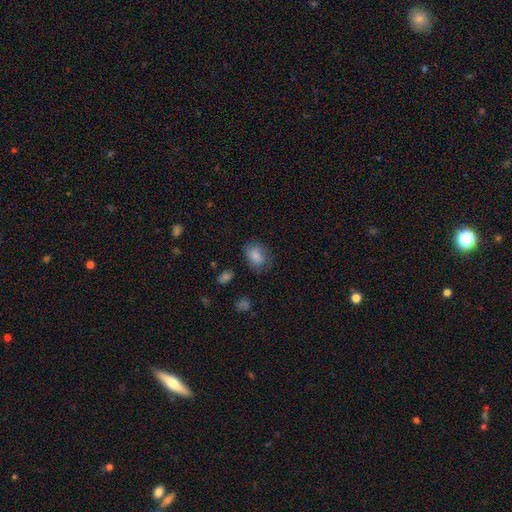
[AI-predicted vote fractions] smooth_or_featured: smooth (p=0.79) [alt: featured or disk p=0.12]
how_rounded: in between (p=0.68) [alt: round p=0.31]
merging: none (p=0.66) [alt: minor disturbance p=0.22]